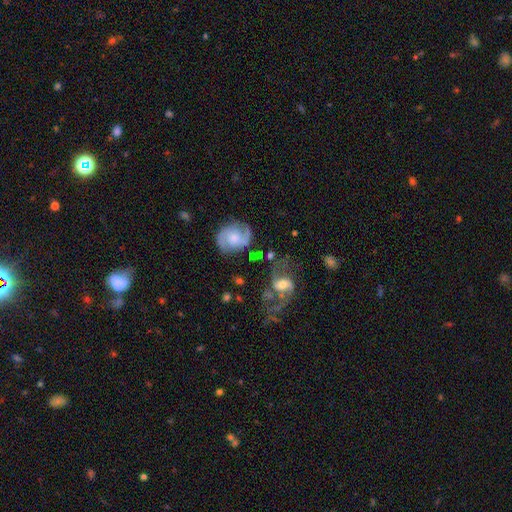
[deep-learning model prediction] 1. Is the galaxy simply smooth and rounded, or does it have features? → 73% featured or disk, 19% smooth, 8% star or artifact.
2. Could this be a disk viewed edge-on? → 96% no, 4% yes.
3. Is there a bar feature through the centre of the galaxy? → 58% no, 35% weak, 8% strong.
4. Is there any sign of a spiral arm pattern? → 93% yes, 7% no.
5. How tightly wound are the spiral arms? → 49% medium, 29% loose, 22% tight.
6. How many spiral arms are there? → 86% 2, 6% can't tell, 3% 1, 2% 3, 1% 4, 1% more than 4.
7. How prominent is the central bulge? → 42% moderate, 28% small, 15% large, 12% none, 2% dominant.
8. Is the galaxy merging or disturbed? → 57% none, 19% minor disturbance, 13% major disturbance, 11% merger.